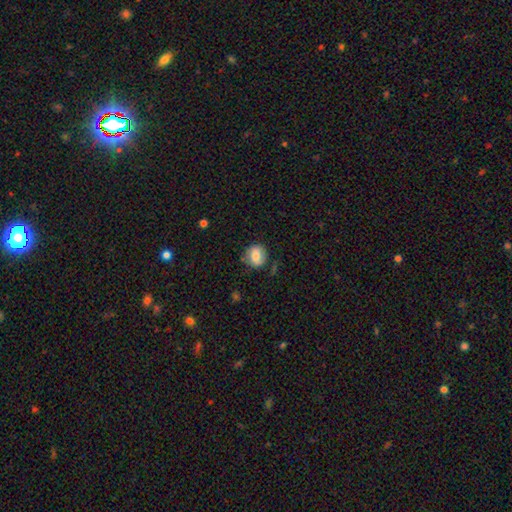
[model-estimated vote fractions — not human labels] The model was most divided on "how rounded": round: 73%, in between: 25%, cigar-shaped: 1%. More confident: merging — none (78%); smooth or featured — smooth (74%).